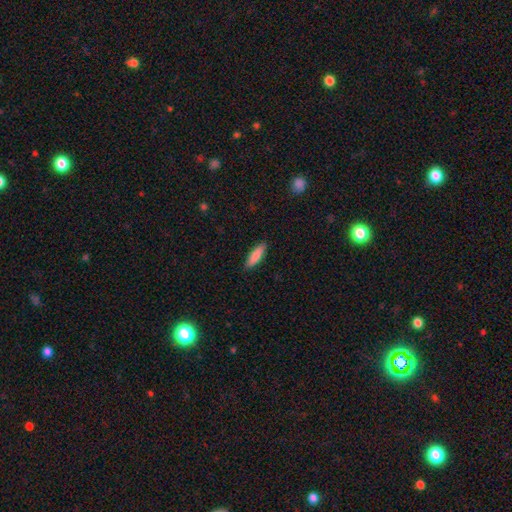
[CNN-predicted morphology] This appears to be a smooth galaxy with no disk features (85%) that is cigar-shaped (64%). Merging: none (89%).